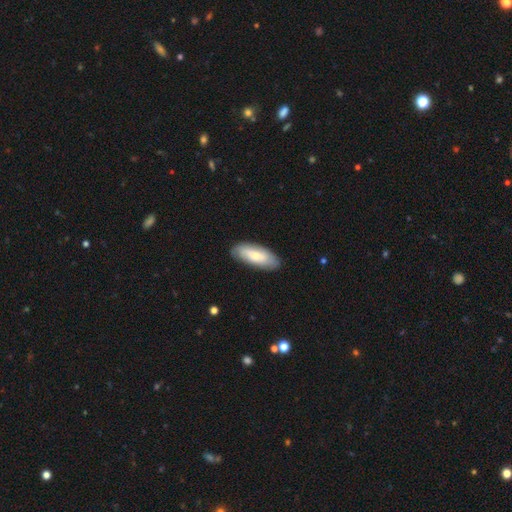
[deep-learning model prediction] A smooth galaxy with no disk features (65%) that is in between round and cigar-shaped (78%).

Vote fractions:
- Smooth or featured? smooth: 65% / featured or disk: 30% / star or artifact: 6%
- How rounded? in between: 78% / cigar-shaped: 20% / round: 2%
- Merging? none: 84% / minor disturbance: 12% / major disturbance: 3% / merger: 1%